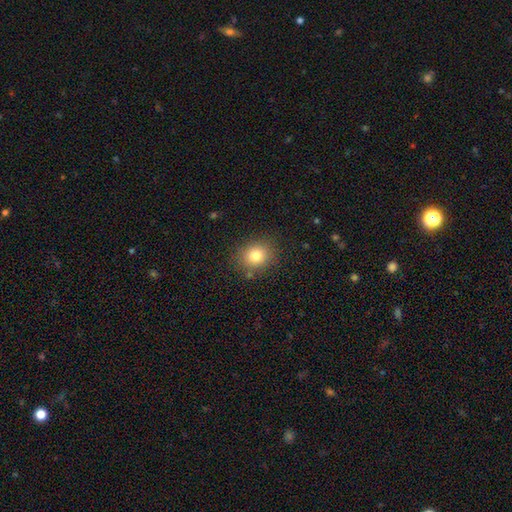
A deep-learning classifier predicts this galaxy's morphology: This is clearly a smooth galaxy (80%). How rounded: likely round (73%). Merging: clearly none (85%).